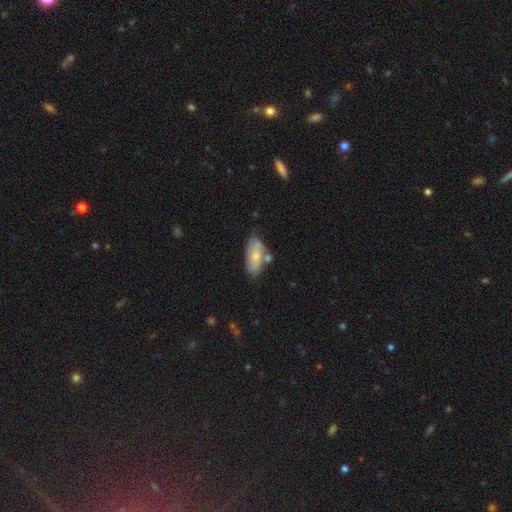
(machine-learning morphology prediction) Overall: smooth (68%). How rounded: in between (87%). Merging: none (59%; minor disturbance 21%).